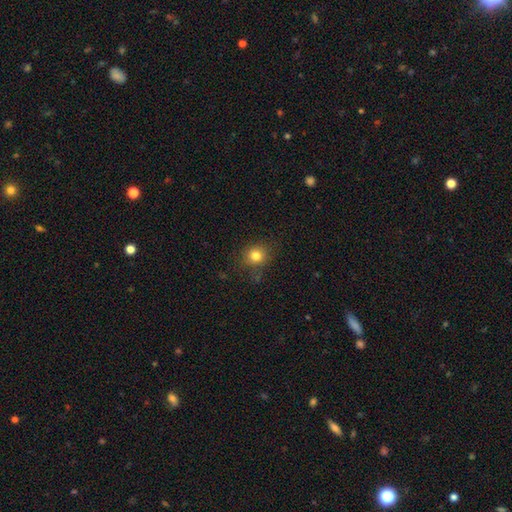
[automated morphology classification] Smooth or featured: smooth — 80% (star or artifact — 13%)
How rounded: round — 83% (in between — 16%)
Merging: none — 83% (minor disturbance — 12%)